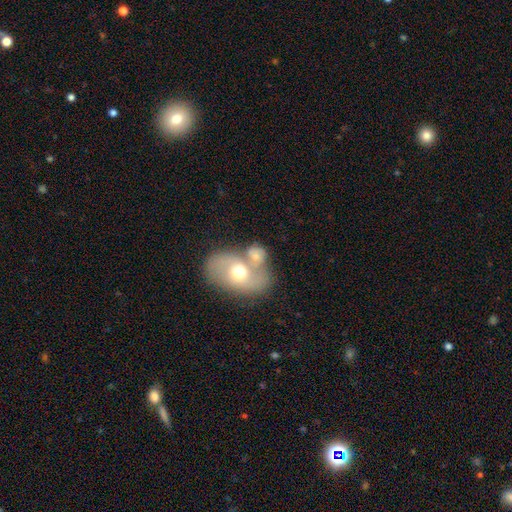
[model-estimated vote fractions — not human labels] This is possibly a smooth galaxy (47%). Merging: possibly merger (54%).